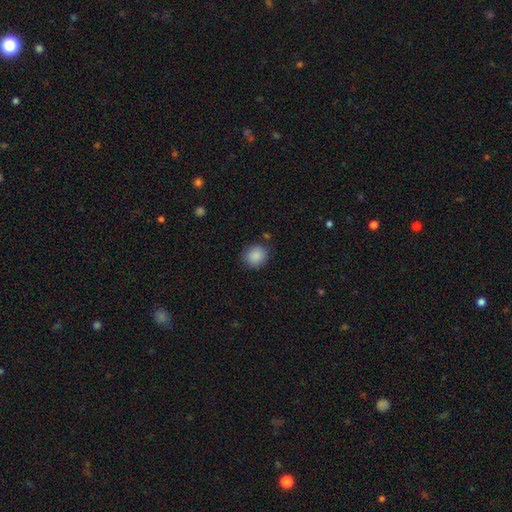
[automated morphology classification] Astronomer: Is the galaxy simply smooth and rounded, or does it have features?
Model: smooth — 89%.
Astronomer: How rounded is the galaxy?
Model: round — 79%.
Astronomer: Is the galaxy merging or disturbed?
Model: none — 83%.